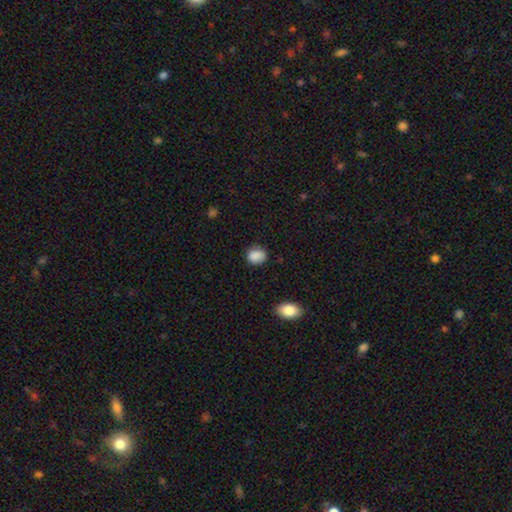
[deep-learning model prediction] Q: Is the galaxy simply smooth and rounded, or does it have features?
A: smooth — 87%.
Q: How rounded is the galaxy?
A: round — 62%.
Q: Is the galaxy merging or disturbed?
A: none — 74%.